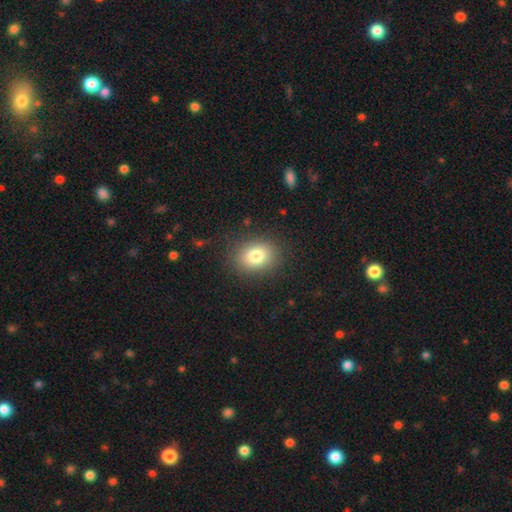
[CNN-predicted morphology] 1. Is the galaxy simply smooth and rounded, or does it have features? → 80% smooth, 11% star or artifact, 9% featured or disk.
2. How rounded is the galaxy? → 51% in between, 48% round, 1% cigar-shaped.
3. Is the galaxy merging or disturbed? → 86% none, 9% minor disturbance, 4% major disturbance, 1% merger.